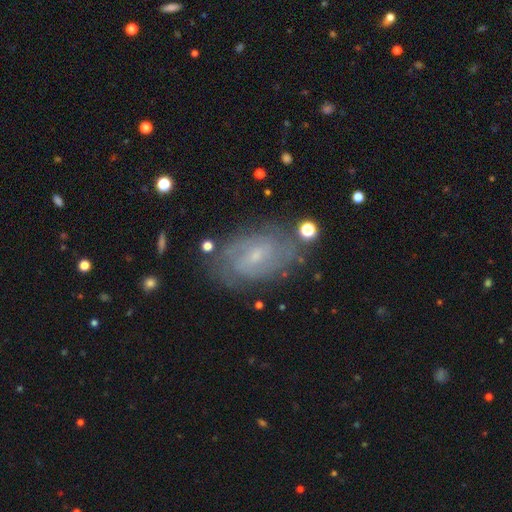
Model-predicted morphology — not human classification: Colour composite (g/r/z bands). It shows a featured or disk galaxy (71%) with a weak bar (50%), tight (55%) spiral arms (86%) and a small central bulge (72%). Merging: none (74%).